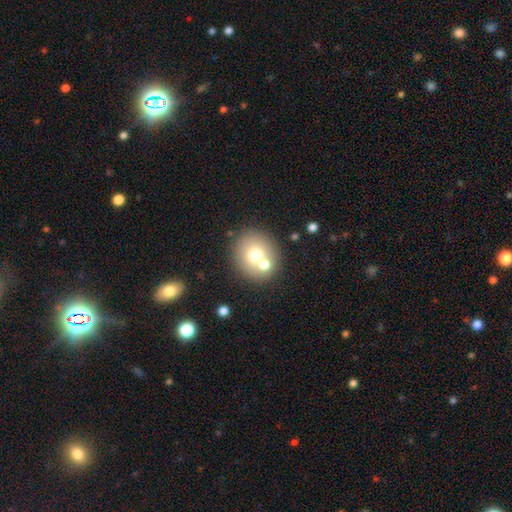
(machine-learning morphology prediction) A smooth galaxy with no disk features (68%) that is round (81%). Merging: none (57%).